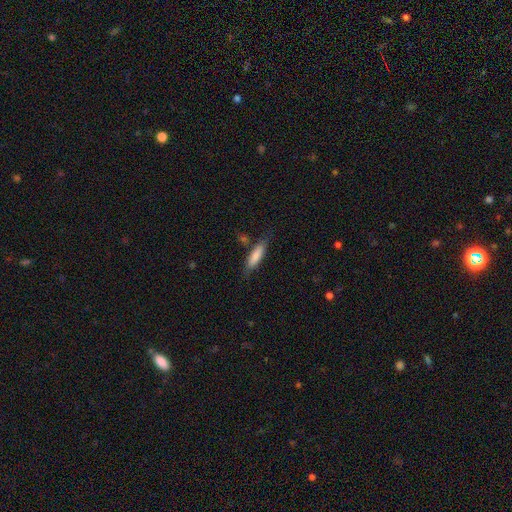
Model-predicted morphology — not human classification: smooth 81%, featured or disk 13%, star or artifact 6%. Down the decision tree: how rounded — cigar-shaped (68%); merging — none (73%).